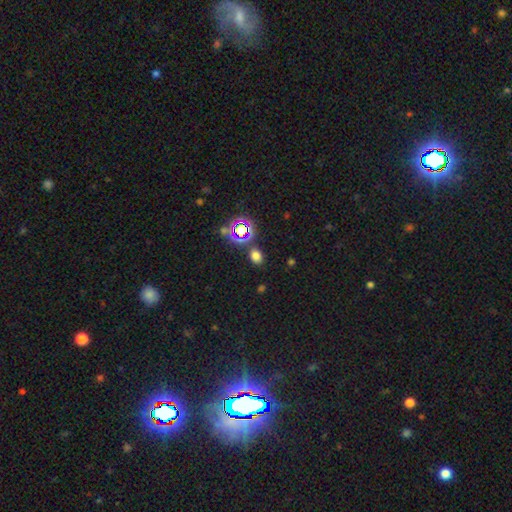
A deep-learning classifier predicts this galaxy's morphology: This appears to be a smooth galaxy with no disk features (65%) that is in between round and cigar-shaped (57%). Merging: none (82%).